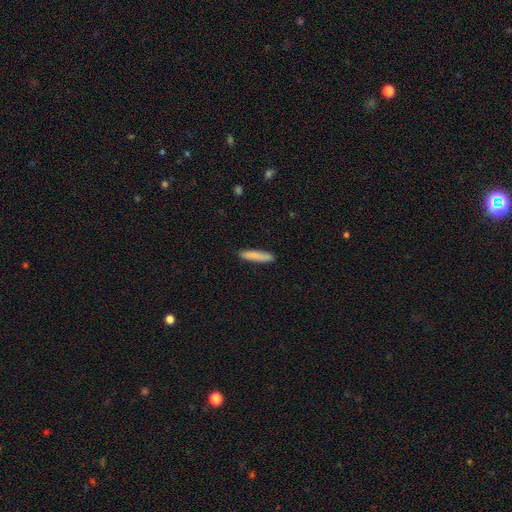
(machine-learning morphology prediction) This is clearly a smooth galaxy (84%). How rounded: clearly cigar-shaped (90%). Merging: clearly none (90%).